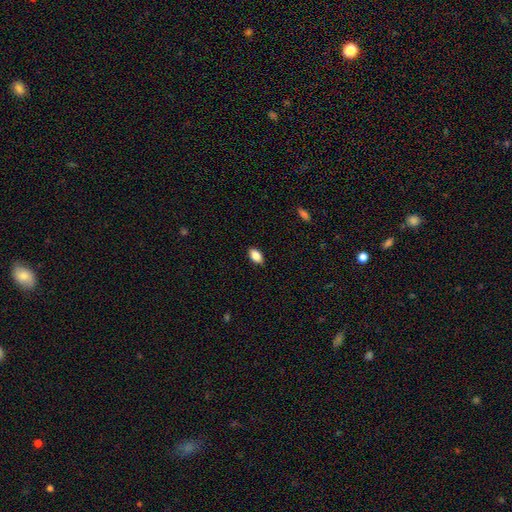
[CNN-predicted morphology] type=smooth (86%); roundness=in between (91%); merging=none (88%).